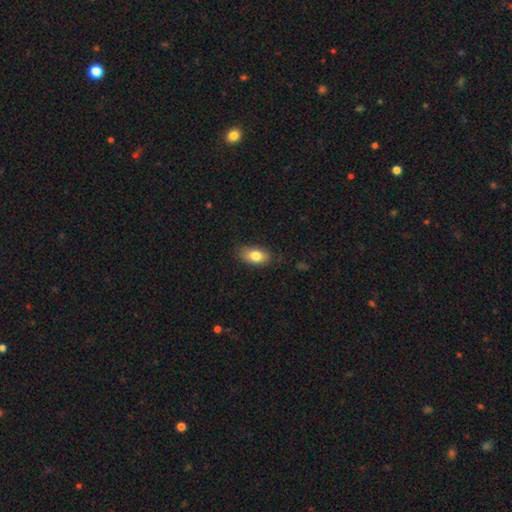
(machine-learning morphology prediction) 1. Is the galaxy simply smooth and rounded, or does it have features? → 81% smooth, 11% featured or disk, 8% star or artifact.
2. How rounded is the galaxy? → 89% in between, 8% round, 4% cigar-shaped.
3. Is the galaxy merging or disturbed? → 81% none, 15% minor disturbance, 3% major disturbance, 1% merger.